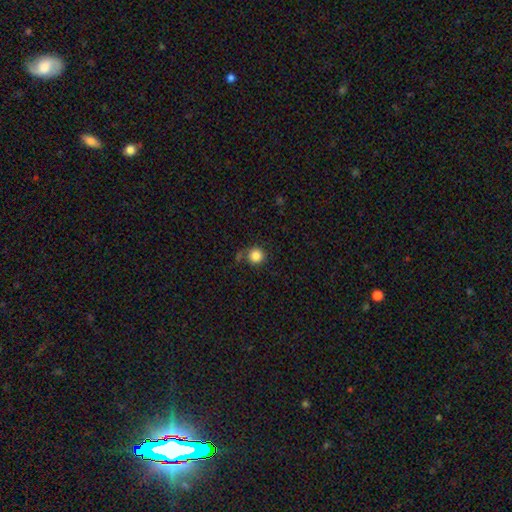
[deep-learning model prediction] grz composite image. It shows a smooth galaxy with no disk features (85%) that is round (94%). Merging: none (76%).